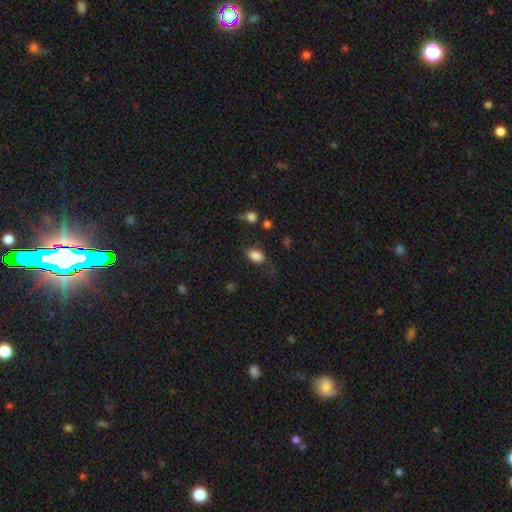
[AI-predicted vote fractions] Smooth or featured?
  - smooth: 83% *
  - star or artifact: 9%
  - featured or disk: 9%
How rounded?
  - in between: 86% *
  - round: 13%
  - cigar-shaped: 2%
Merging?
  - none: 56% *
  - minor disturbance: 24%
  - major disturbance: 17%
  - merger: 4%